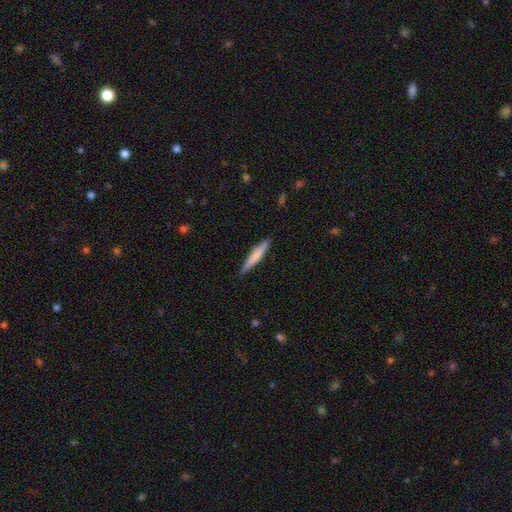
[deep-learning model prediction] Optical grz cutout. It shows a smooth galaxy with no disk features (68%) that is cigar-shaped (94%). Merging: none (90%).